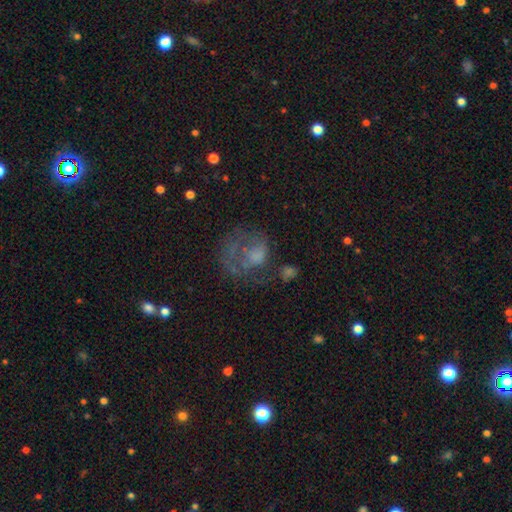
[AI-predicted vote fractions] Smooth or featured? featured or disk (49%)
Merging? major disturbance (42%)